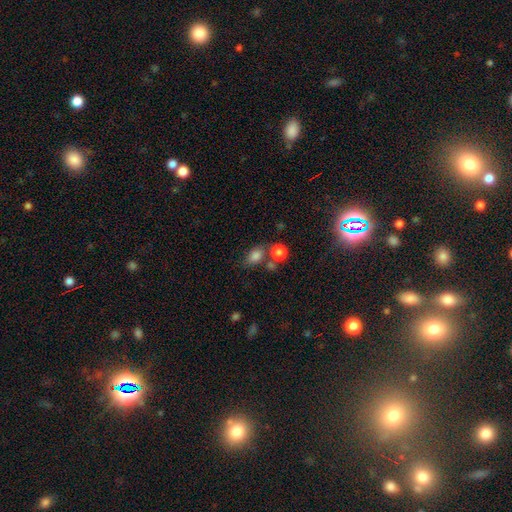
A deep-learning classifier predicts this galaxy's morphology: This appears to be a smooth galaxy with no disk features (81%) that is in between round and cigar-shaped (72%). Merging: none (58%).